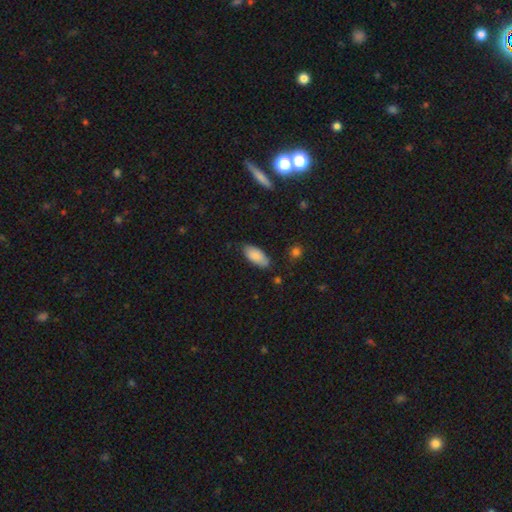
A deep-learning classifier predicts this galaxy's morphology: Smooth or featured? Predicted: smooth (p=0.87). How rounded? Predicted: in between (p=0.90). Merging? Predicted: none (p=0.78).